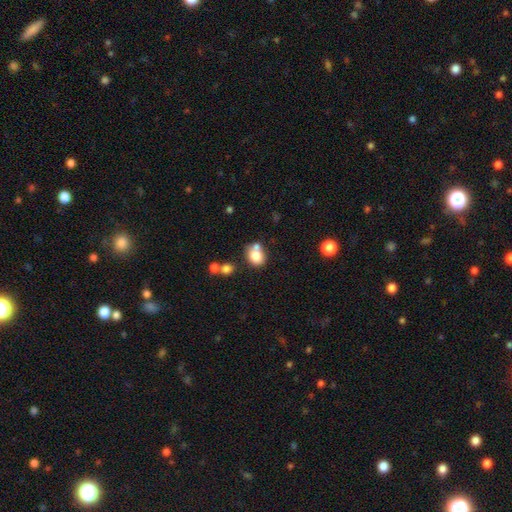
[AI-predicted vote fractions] Q: Smooth or featured?
A: smooth (78%); runner-up: featured or disk (11%)
Q: How rounded?
A: round (61%); runner-up: in between (38%)
Q: Merging?
A: none (49%); runner-up: merger (34%)